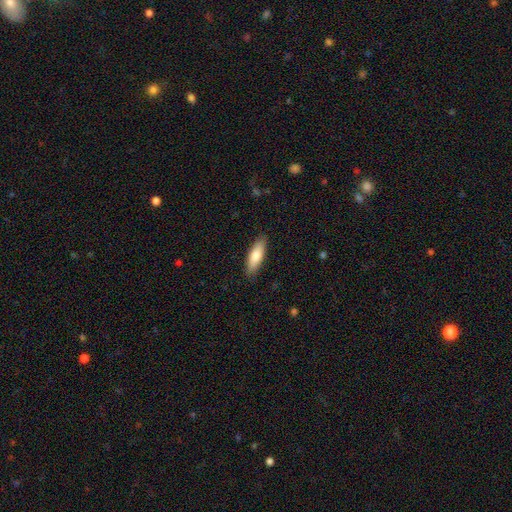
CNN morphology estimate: A smooth galaxy with no disk features (77%) that is in between round and cigar-shaped (50%). Merging: none (88%).